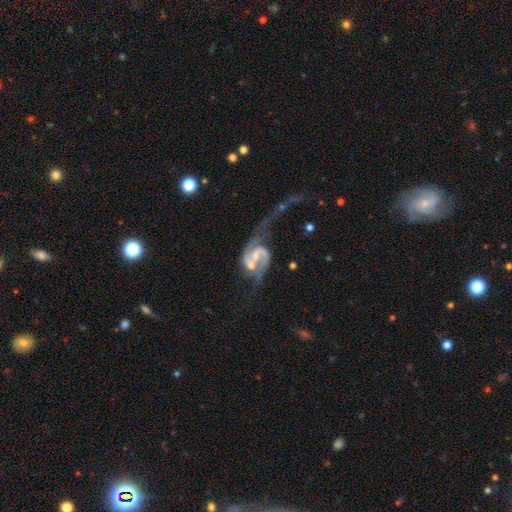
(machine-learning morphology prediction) Q: Smooth or featured?
A: featured or disk (89%); runner-up: smooth (6%)
Q: Edge-on disk?
A: no (98%); runner-up: yes (2%)
Q: Bar?
A: weak (49%); runner-up: no (27%)
Q: Spiral arms?
A: yes (96%); runner-up: no (4%)
Q: Spiral winding?
A: loose (46%); runner-up: medium (41%)
Q: Spiral arm count?
A: 2 (91%); runner-up: 1 (4%)
Q: Bulge size?
A: small (42%); runner-up: moderate (35%)
Q: Merging?
A: major disturbance (32%); runner-up: none (28%)